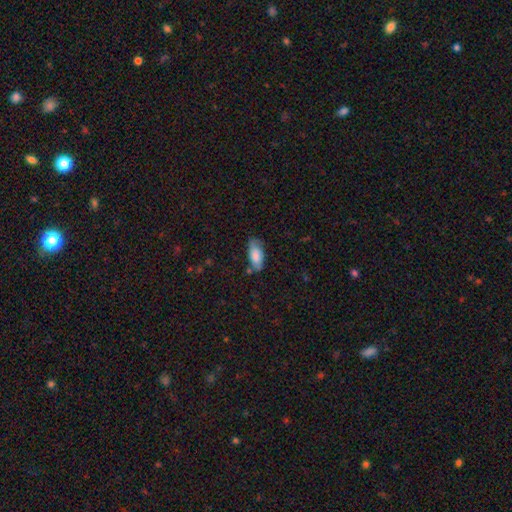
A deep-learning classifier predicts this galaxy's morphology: This is likely a smooth galaxy (80%). How rounded: clearly in between (86%). Merging: likely none (62%).